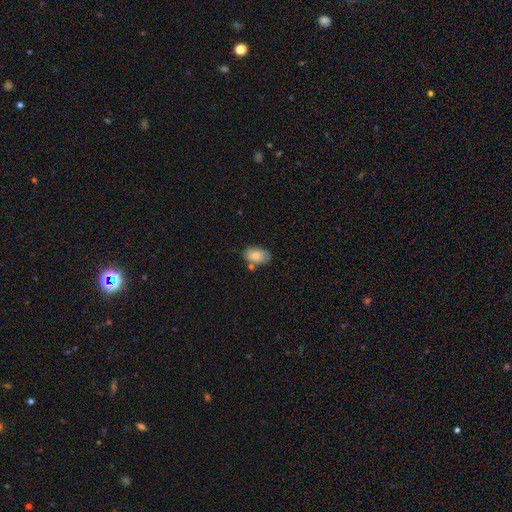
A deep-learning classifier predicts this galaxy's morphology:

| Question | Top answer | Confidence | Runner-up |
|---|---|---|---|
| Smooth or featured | smooth | 81% | featured or disk (12%) |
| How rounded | in between | 90% | round (8%) |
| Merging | none | 63% | minor disturbance (22%) |